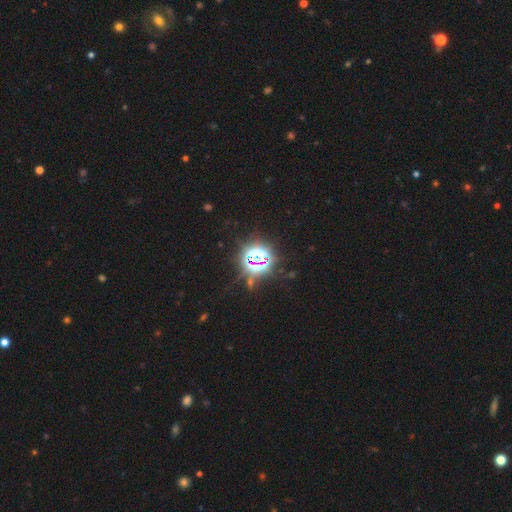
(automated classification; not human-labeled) Smooth or featured: star or artifact — 84% (smooth — 11%)